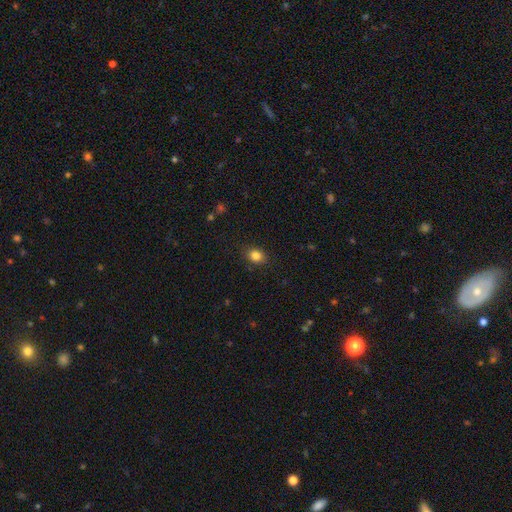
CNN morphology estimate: Overall: smooth (84%). How rounded: in between (54%; round 45%). Merging: none (87%).